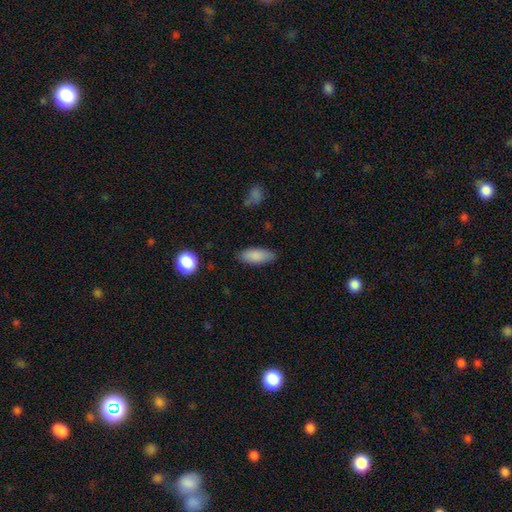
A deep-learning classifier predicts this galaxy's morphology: A smooth galaxy with no disk features (87%) that is in between round and cigar-shaped (82%).

Vote fractions:
- Smooth or featured? smooth: 87% / featured or disk: 7% / star or artifact: 7%
- How rounded? in between: 82% / cigar-shaped: 16% / round: 2%
- Merging? none: 82% / minor disturbance: 14% / major disturbance: 3% / merger: 1%